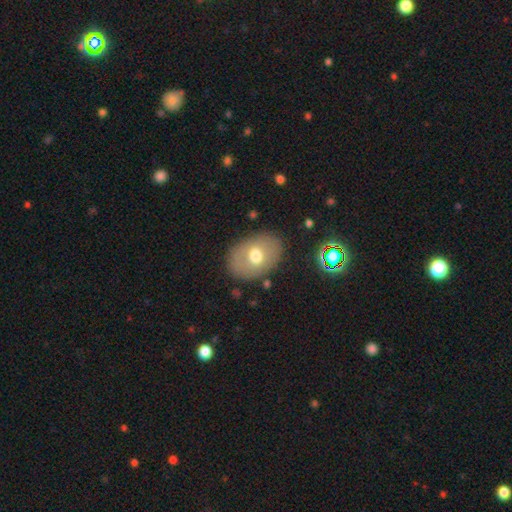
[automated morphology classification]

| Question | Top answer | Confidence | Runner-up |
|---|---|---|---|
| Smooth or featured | smooth | 63% | featured or disk (29%) |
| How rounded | in between | 77% | round (22%) |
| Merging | none | 83% | minor disturbance (11%) |